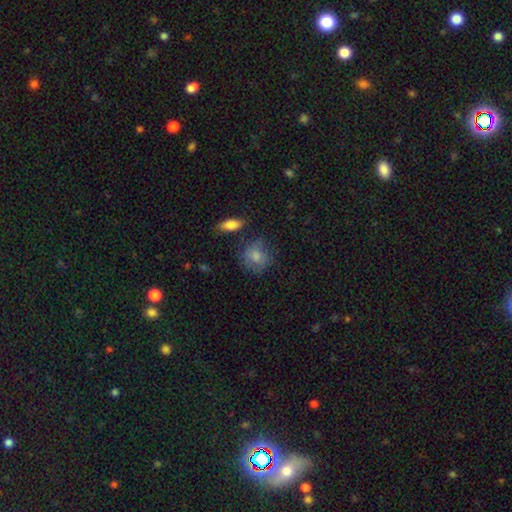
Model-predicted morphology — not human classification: This appears to be a smooth galaxy with no disk features (77%) that is round (71%). Merging: none (59%).